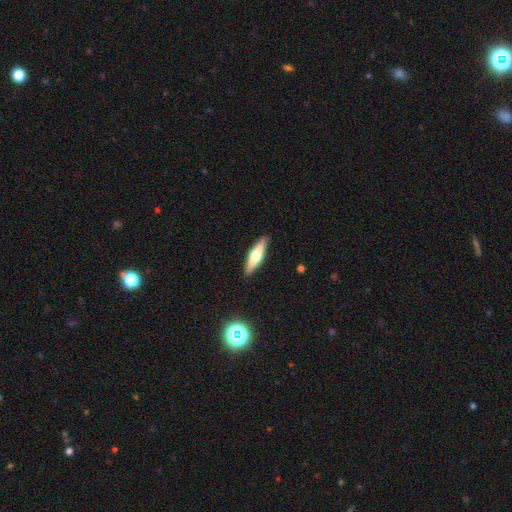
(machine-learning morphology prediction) Overall: smooth (56%; featured or disk 38%). How rounded: cigar-shaped (67%; in between 32%). Merging: none (89%).